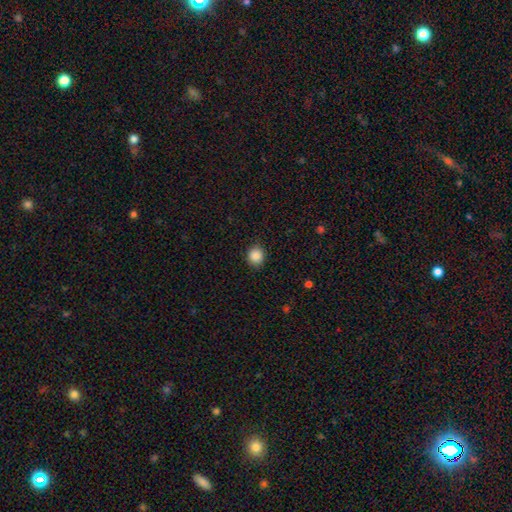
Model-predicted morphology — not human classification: This is clearly a smooth galaxy (87%). How rounded: clearly round (80%). Merging: clearly none (89%).